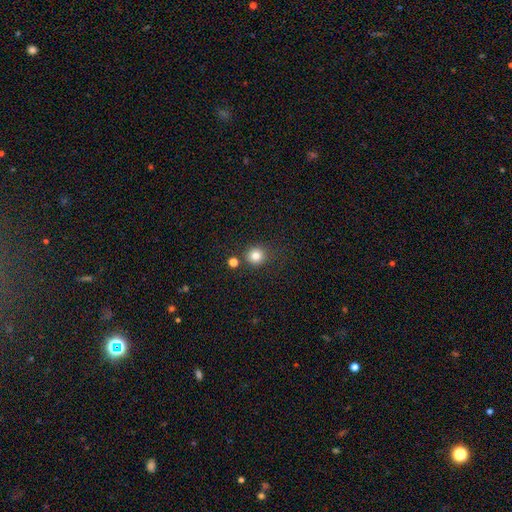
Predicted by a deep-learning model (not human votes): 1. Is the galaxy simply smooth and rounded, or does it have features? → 81% smooth, 13% star or artifact, 6% featured or disk.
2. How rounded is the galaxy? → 92% round, 7% in between, 1% cigar-shaped.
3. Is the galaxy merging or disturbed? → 79% none, 10% minor disturbance, 8% merger, 4% major disturbance.